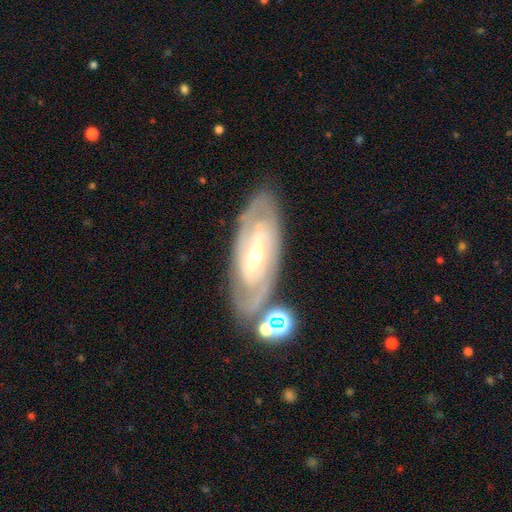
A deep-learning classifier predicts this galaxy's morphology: Smooth or featured? featured or disk (82%)
Edge-on disk? no (90%)
Bar? strong (42%)
Spiral arms? yes (89%)
Spiral winding? tight (60%)
Spiral arm count? 2 (56%)
Bulge size? small (61%)
Merging? none (77%)